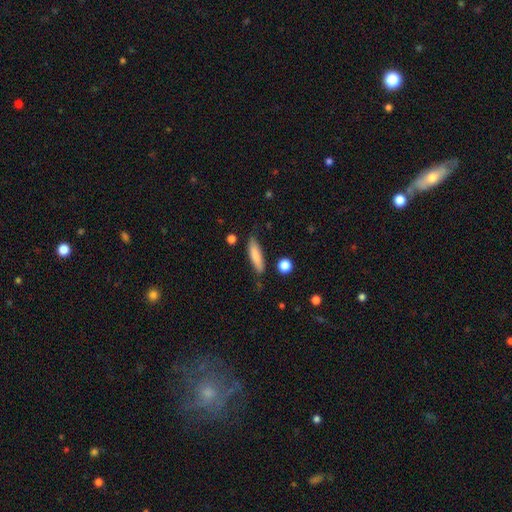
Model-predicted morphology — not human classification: Smooth or featured: smooth — 82% (featured or disk — 12%)
How rounded: cigar-shaped — 70% (in between — 28%)
Merging: none — 78% (minor disturbance — 16%)